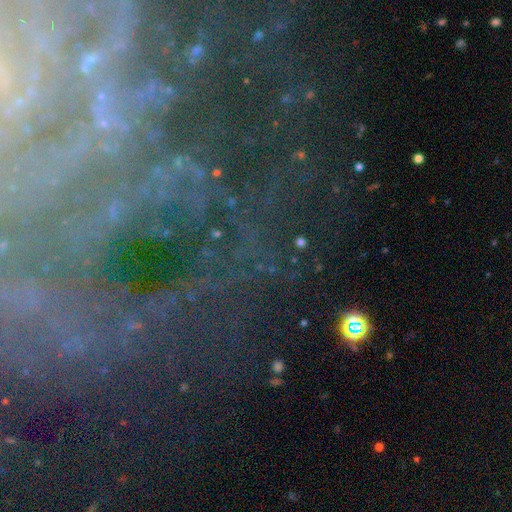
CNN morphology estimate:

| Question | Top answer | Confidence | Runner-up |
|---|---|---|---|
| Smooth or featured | featured or disk | 61% | star or artifact (26%) |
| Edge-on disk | no | 92% | yes (8%) |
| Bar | no | 43% | weak (30%) |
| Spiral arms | yes | 84% | no (16%) |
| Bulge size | small | 59% | moderate (22%) |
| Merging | none | 66% | minor disturbance (15%) |